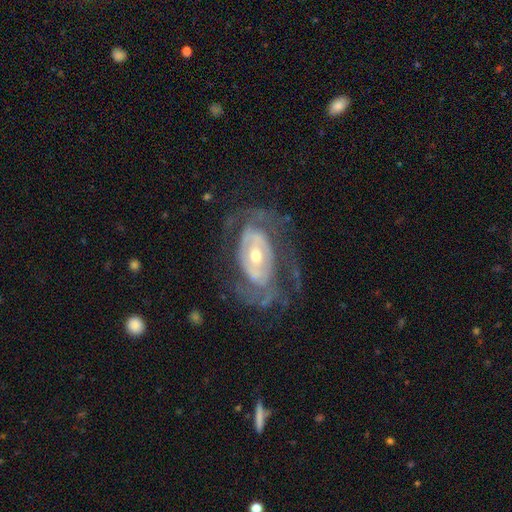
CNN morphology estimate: The model was most divided on "spiral arm count": can't tell: 38%, 2: 34%, 3: 13%, 1: 6%, 4: 6%, more than 4: 4%. Remaining: edge-on disk — no (94%); smooth or featured — featured or disk (84%); spiral arms — yes (81%); merging — none (60%); bulge size — moderate (57%); spiral winding — tight (52%); bar — no (49%).